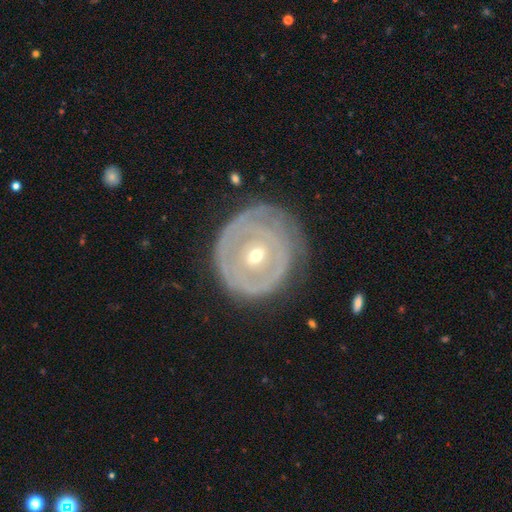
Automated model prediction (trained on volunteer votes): This is likely a featured or disk galaxy (75%). It is clearly not viewed edge-on (96%). Bar: likely no (66%). Spiral arm pattern: possibly yes (59%). Central bulge: possibly small (56%). Merging: likely none (69%).